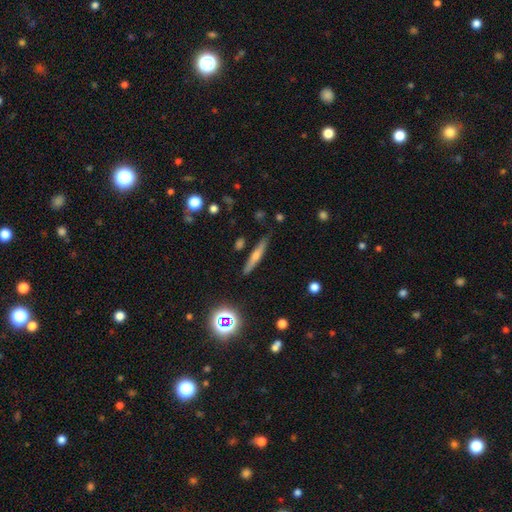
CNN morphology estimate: type=smooth (47%); merging=none (86%).